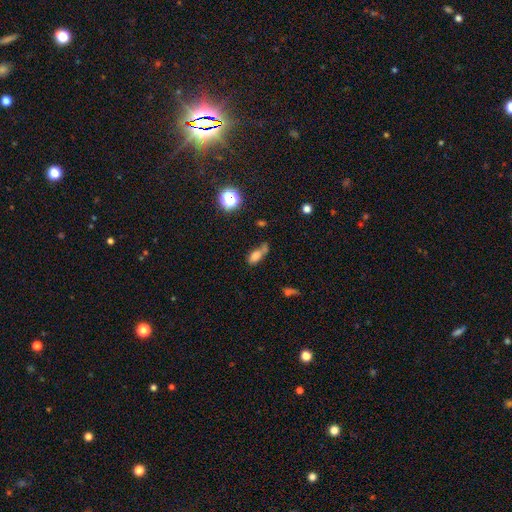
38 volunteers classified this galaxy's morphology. Smooth or featured? smooth (79%)
How rounded? in between (87%)
Merging? merger (38%)